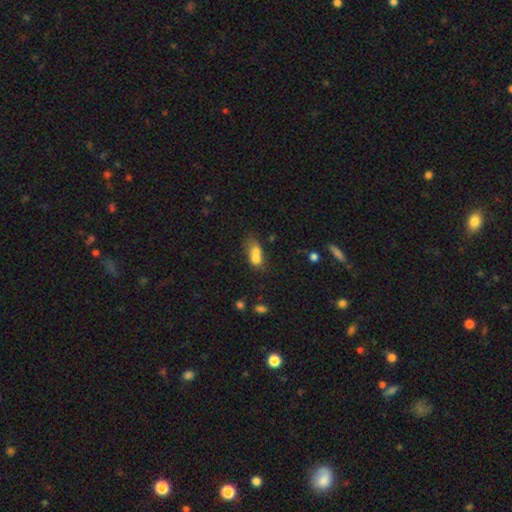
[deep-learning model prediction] smooth 67%, featured or disk 21%, star or artifact 12%. Down the decision tree: how rounded — in between (64%); merging — merger (62%).